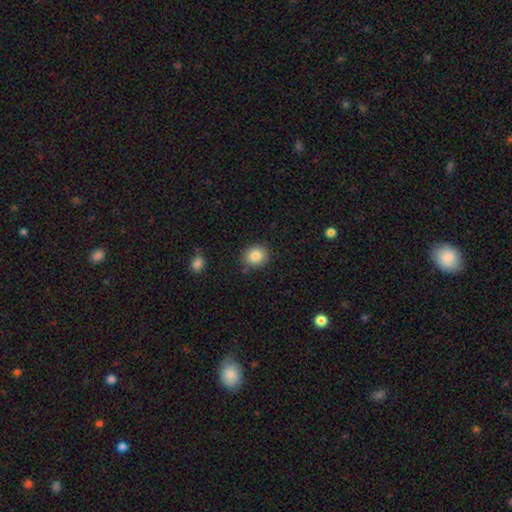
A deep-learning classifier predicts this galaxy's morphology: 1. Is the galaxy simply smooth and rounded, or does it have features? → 85% smooth, 9% star or artifact, 6% featured or disk.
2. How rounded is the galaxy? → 74% round, 25% in between, 1% cigar-shaped.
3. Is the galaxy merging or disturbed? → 85% none, 10% minor disturbance, 3% merger, 3% major disturbance.